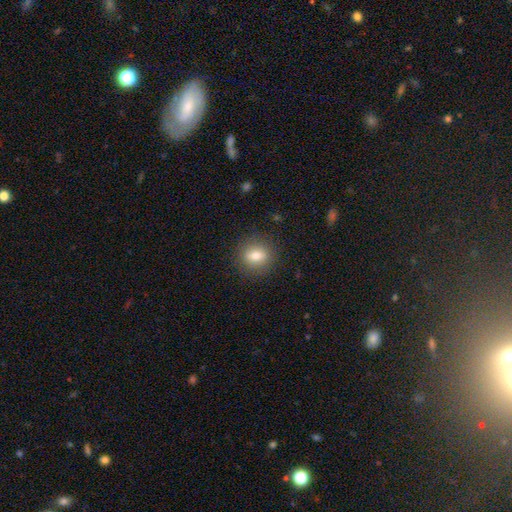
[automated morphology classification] Smooth or featured: smooth — 80% (featured or disk — 10%)
How rounded: round — 71% (in between — 28%)
Merging: none — 88% (minor disturbance — 8%)